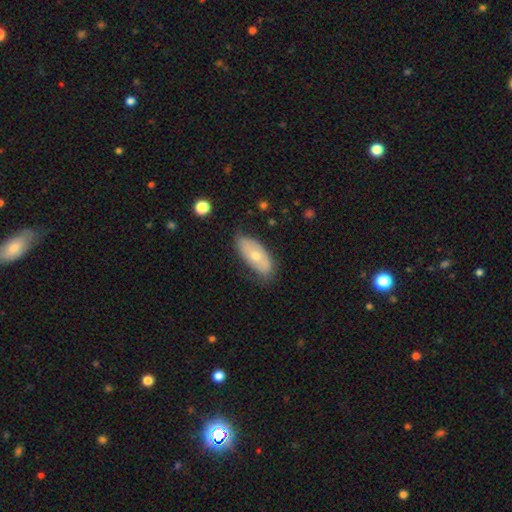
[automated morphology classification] smooth-or-featured: smooth: 54% | featured or disk: 40% | star or artifact: 7%
  how-rounded: in between: 86% | cigar-shaped: 11% | round: 3%
  merging: none: 70% | minor disturbance: 23% | major disturbance: 5% | merger: 1%